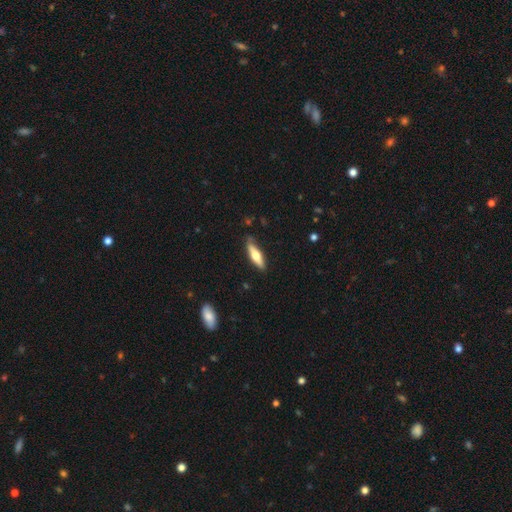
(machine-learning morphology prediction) Smooth or featured: smooth — 54% (featured or disk — 41%)
How rounded: cigar-shaped — 64% (in between — 34%)
Merging: none — 83% (minor disturbance — 13%)